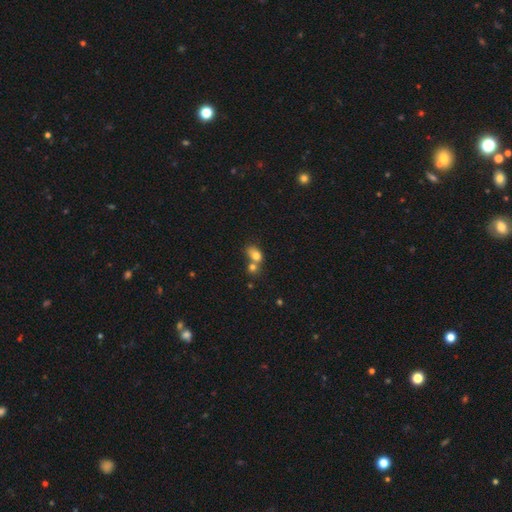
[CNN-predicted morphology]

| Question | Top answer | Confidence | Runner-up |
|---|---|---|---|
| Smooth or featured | smooth | 77% | featured or disk (13%) |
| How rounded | in between | 64% | round (34%) |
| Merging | merger | 57% | none (29%) |